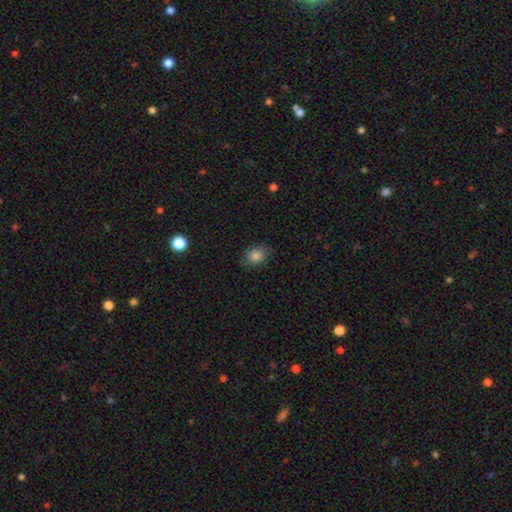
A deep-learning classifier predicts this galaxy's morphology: Overall: smooth (82%). How rounded: in between (59%; round 39%). Merging: none (77%).